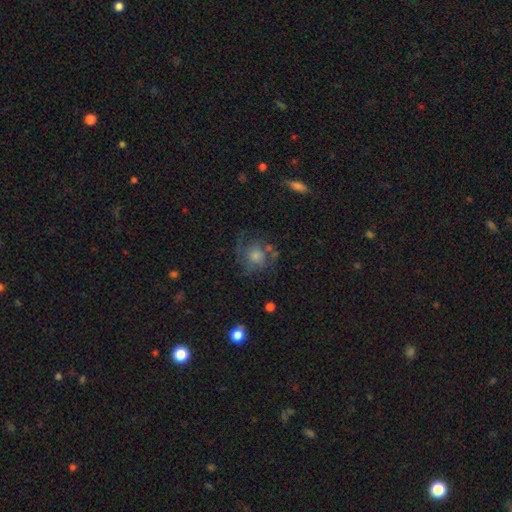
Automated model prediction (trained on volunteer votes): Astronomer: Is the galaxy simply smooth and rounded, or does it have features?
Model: featured or disk — 57%.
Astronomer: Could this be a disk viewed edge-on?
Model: no — 97%.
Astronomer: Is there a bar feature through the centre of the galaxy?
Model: no — 79%.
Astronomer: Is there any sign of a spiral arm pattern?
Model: yes — 78%.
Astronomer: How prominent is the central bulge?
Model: moderate — 43% (runner-up: small, 29%).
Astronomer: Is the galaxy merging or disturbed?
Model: none — 63%.